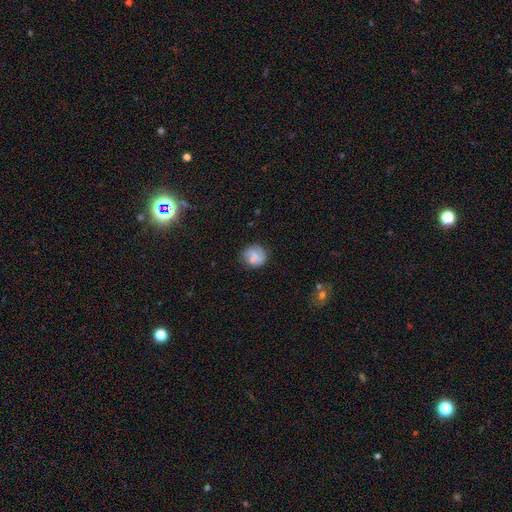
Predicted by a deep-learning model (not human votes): smooth_or_featured: smooth (p=0.61) [alt: featured or disk p=0.28]
how_rounded: round (p=0.83) [alt: in between p=0.16]
merging: none (p=0.71) [alt: minor disturbance p=0.18]